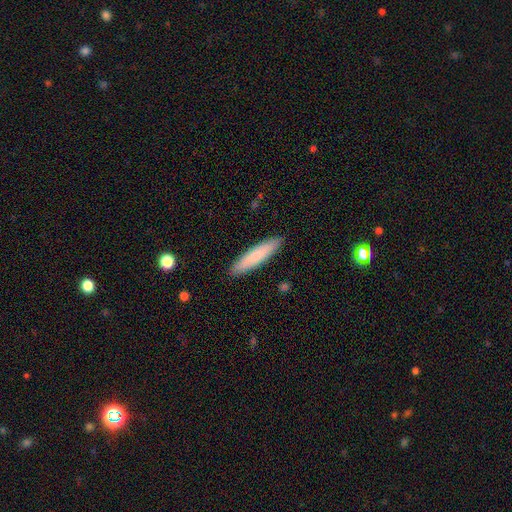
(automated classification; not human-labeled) Overall: smooth (75%). How rounded: cigar-shaped (82%). Merging: none (91%).